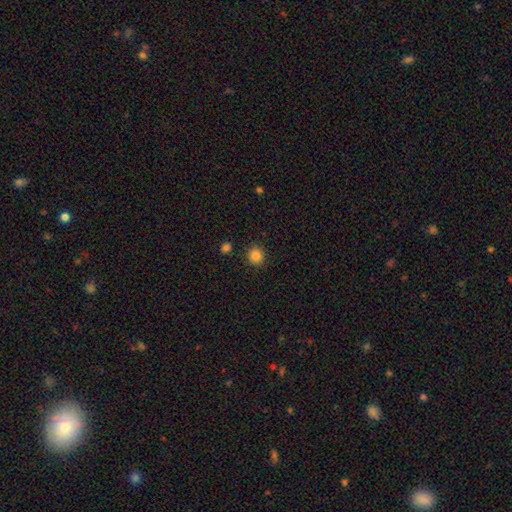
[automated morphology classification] smooth_or_featured: smooth (p=0.84) [alt: star or artifact p=0.11]
how_rounded: round (p=0.89) [alt: in between p=0.10]
merging: none (p=0.89) [alt: minor disturbance p=0.07]